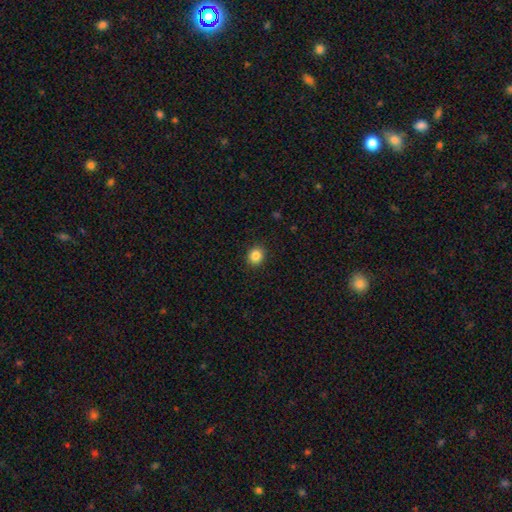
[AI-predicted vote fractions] A smooth galaxy with no disk features (86%) that is round (79%).

Vote fractions:
- Smooth or featured? smooth: 86% / star or artifact: 10% / featured or disk: 4%
- How rounded? round: 79% / in between: 20% / cigar-shaped: 1%
- Merging? none: 92% / minor disturbance: 6% / major disturbance: 2% / merger: 1%